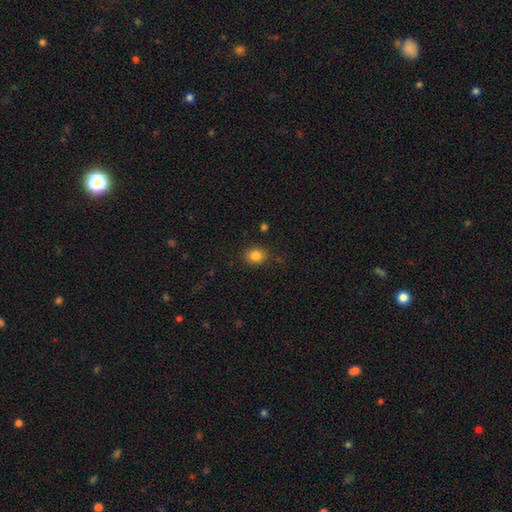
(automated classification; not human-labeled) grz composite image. It shows a smooth galaxy with no disk features (84%) that is round (64%). Merging: none (85%).